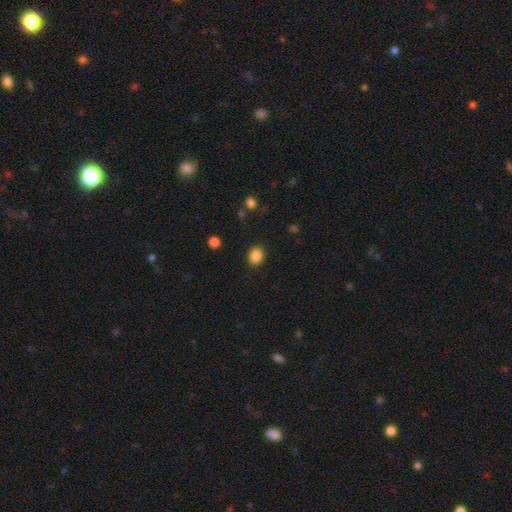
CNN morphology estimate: Overall: smooth (87%). How rounded: in between (53%; round 46%). Merging: none (87%).